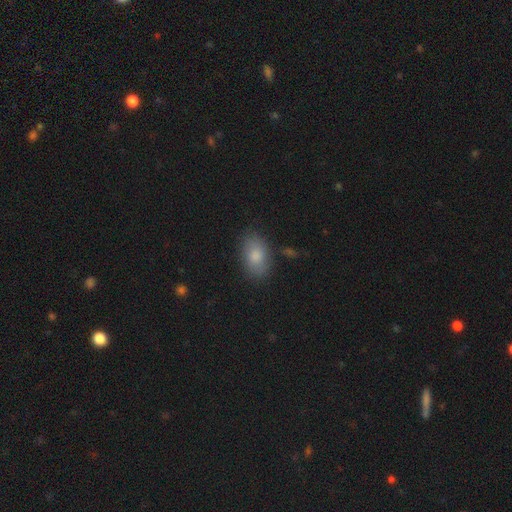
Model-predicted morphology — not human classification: A smooth galaxy with no disk features (83%) that is in between round and cigar-shaped (90%). Merging: none (81%).